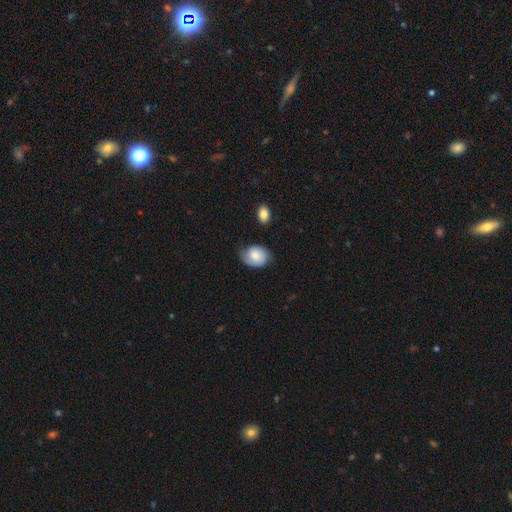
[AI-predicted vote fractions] This appears to be a smooth galaxy with no disk features (63%) that is in between round and cigar-shaped (59%). Merging: none (56%).